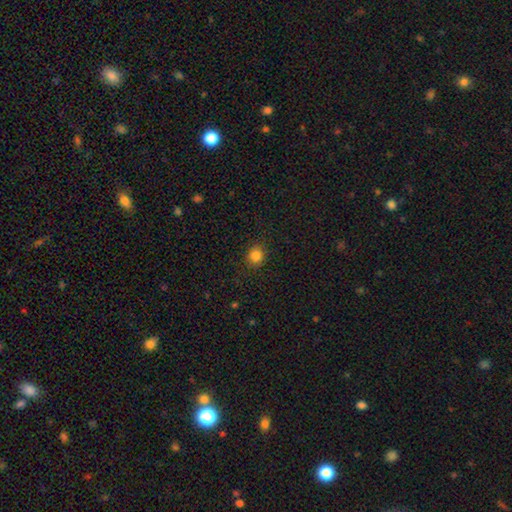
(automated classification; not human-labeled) A smooth galaxy with no disk features (84%) that is round (81%). Merging: none (89%).